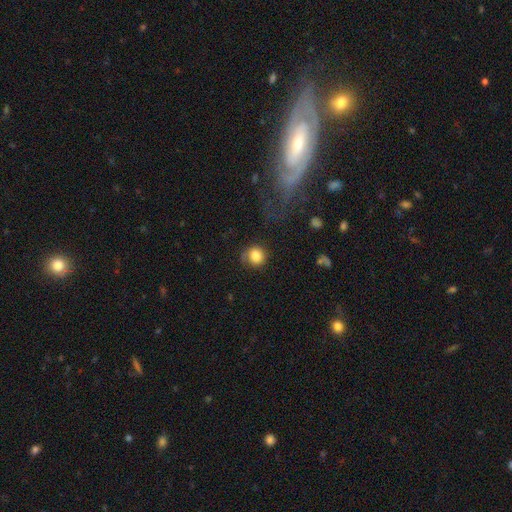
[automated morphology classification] A smooth galaxy with no disk features (79%) that is round (84%).

Vote fractions:
- Smooth or featured? smooth: 79% / featured or disk: 12% / star or artifact: 9%
- How rounded? round: 84% / in between: 15% / cigar-shaped: 1%
- Merging? none: 62% / minor disturbance: 23% / major disturbance: 13% / merger: 2%